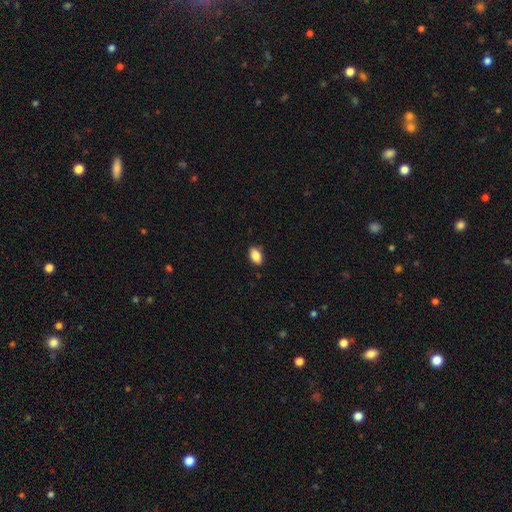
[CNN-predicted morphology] Smooth or featured? smooth (87%)
How rounded? in between (89%)
Merging? none (87%)